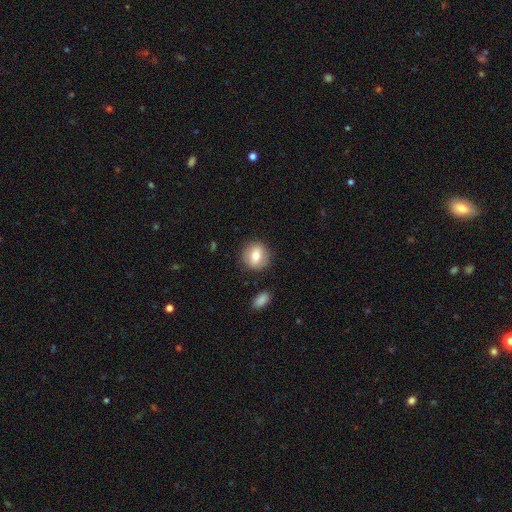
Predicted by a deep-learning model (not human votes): Smooth or featured: smooth — 77% (featured or disk — 15%)
How rounded: round — 85% (in between — 14%)
Merging: none — 87% (minor disturbance — 9%)